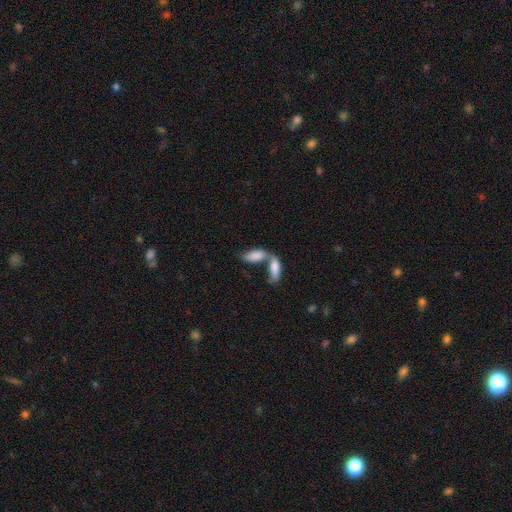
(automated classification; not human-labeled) This is likely a smooth galaxy (79%). How rounded: likely in between (78%). Merging: likely merger (67%).